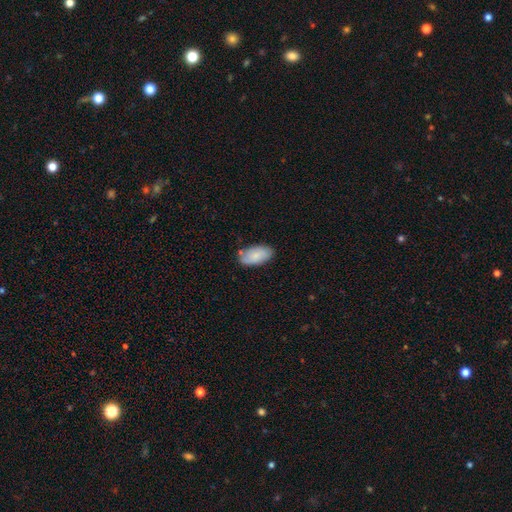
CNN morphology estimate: Smooth or featured? smooth (77%)
How rounded? in between (95%)
Merging? none (75%)